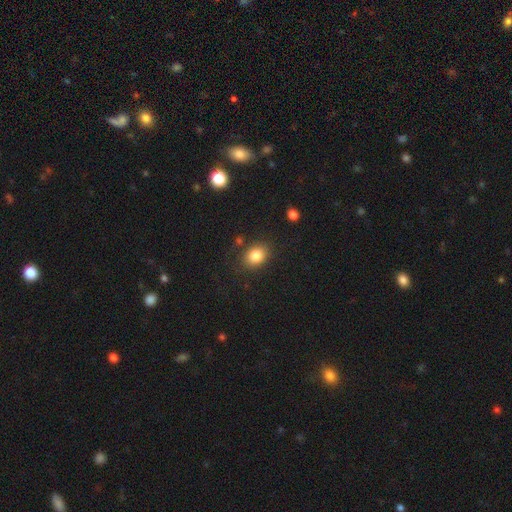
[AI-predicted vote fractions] This appears to be a smooth galaxy with no disk features (84%) that is in between round and cigar-shaped (58%). Merging: none (81%).